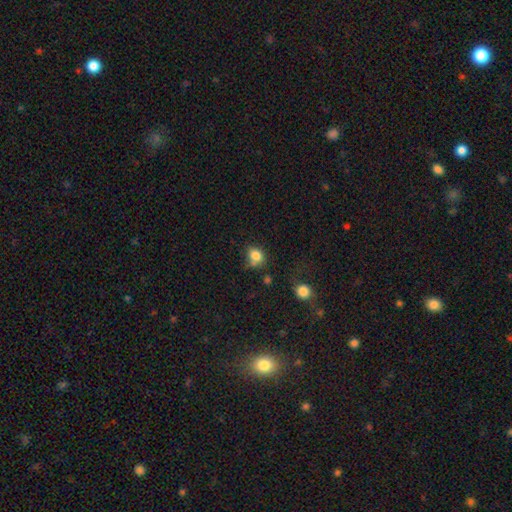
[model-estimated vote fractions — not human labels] Smooth or featured? smooth (82%)
How rounded? round (54%)
Merging? none (57%)